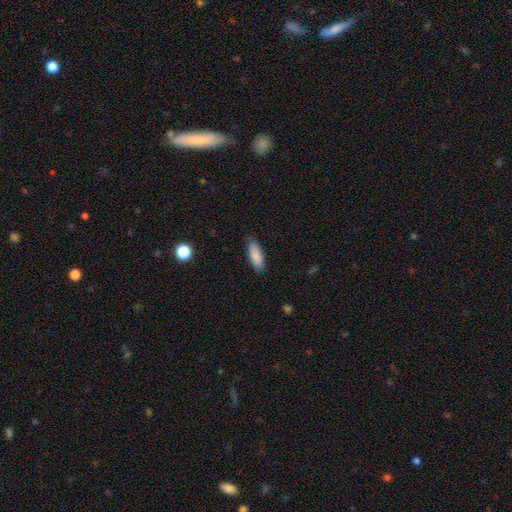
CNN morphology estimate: This is clearly a smooth galaxy (88%). How rounded: likely in between (60%). Merging: clearly none (85%).